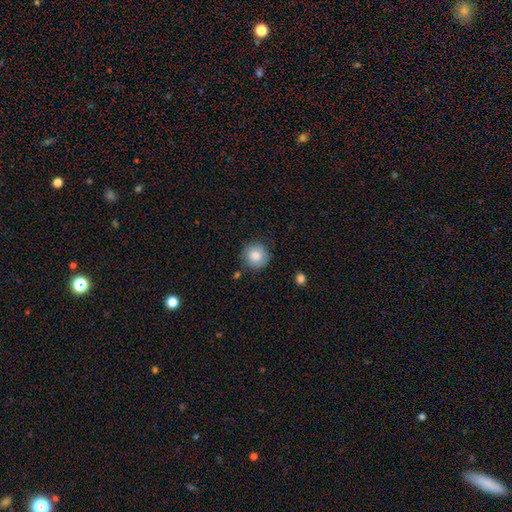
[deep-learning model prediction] A smooth galaxy with no disk features (84%) that is round (93%). Merging: none (82%).